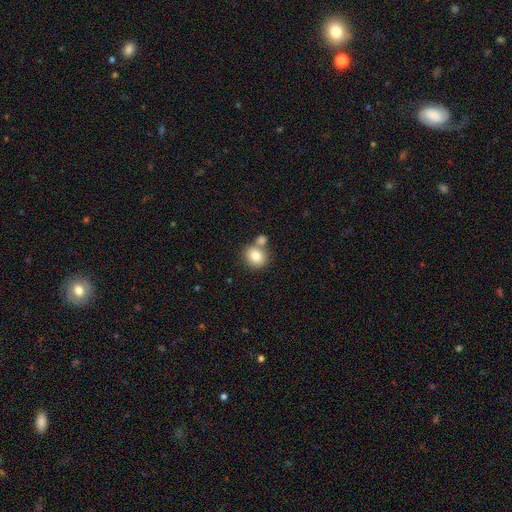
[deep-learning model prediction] Smooth or featured? smooth (80%)
How rounded? round (74%)
Merging? none (54%)